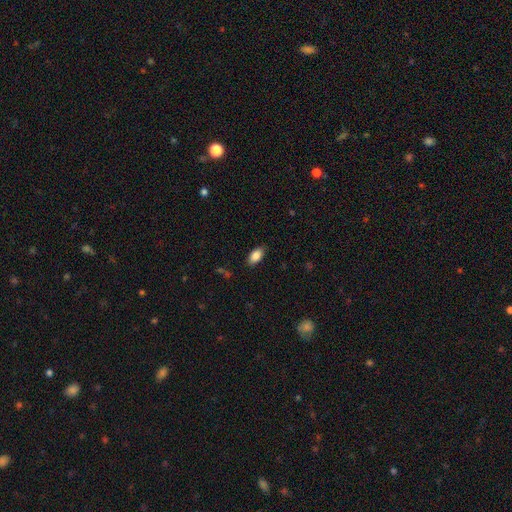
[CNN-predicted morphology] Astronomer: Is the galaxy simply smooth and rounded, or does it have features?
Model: smooth — 86%.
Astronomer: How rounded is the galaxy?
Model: in between — 92%.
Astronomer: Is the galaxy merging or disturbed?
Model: none — 86%.